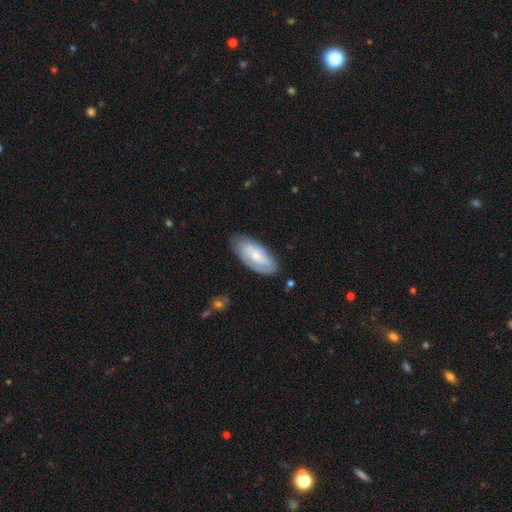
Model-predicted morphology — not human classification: Smooth or featured?
  - featured or disk: 48% *
  - smooth: 46%
  - star or artifact: 6%
Merging?
  - none: 73% *
  - minor disturbance: 20%
  - major disturbance: 5%
  - merger: 2%